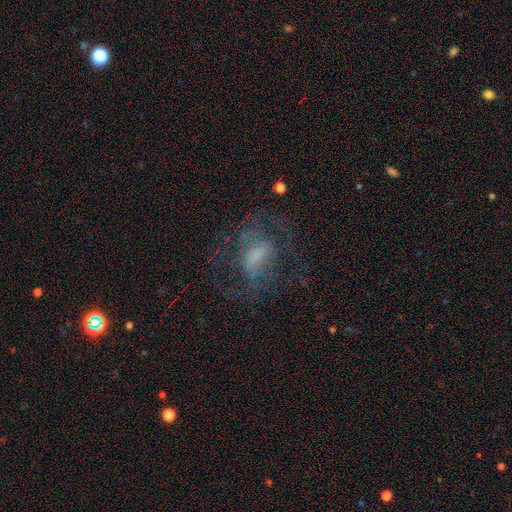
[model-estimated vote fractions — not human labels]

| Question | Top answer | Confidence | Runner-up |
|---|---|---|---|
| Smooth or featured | featured or disk | 60% | smooth (27%) |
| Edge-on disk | no | 95% | yes (5%) |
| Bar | weak | 43% | no (29%) |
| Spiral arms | yes | 69% | no (31%) |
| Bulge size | none | 35% | moderate (25%) |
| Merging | none | 52% | major disturbance (29%) |